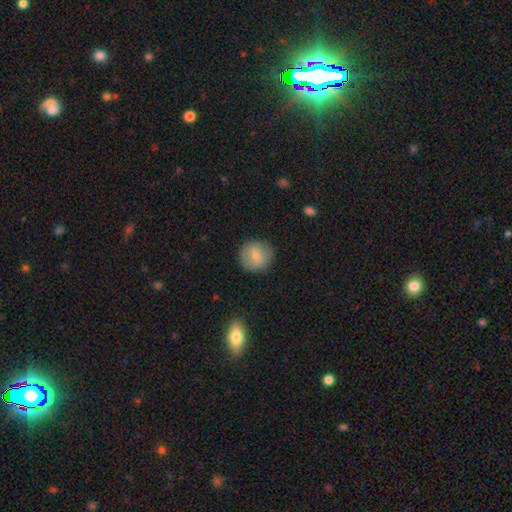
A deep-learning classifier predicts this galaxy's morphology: type=smooth (74%); roundness=round (93%); merging=none (87%).